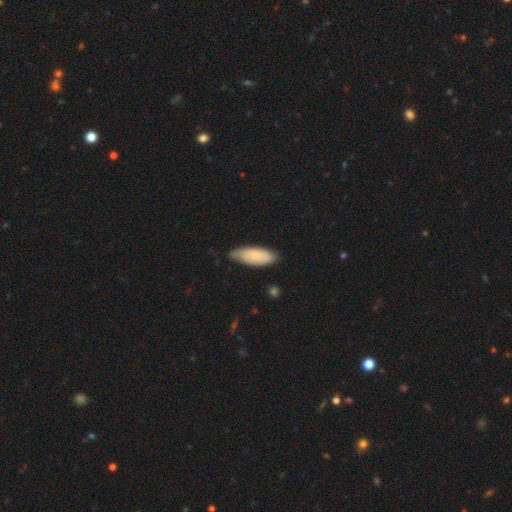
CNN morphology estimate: Smooth or featured? Predicted: smooth (p=0.72). How rounded? Predicted: in between (p=0.72). Merging? Predicted: none (p=0.70).